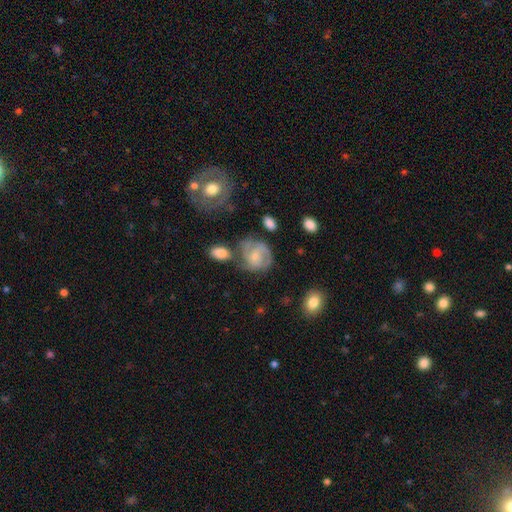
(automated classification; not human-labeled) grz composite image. It shows a featured or disk galaxy (68%) with no bar (65%), 2 (36%) tight (47%) spiral arms (89%) and a small central bulge (63%). Merging: none (54%).